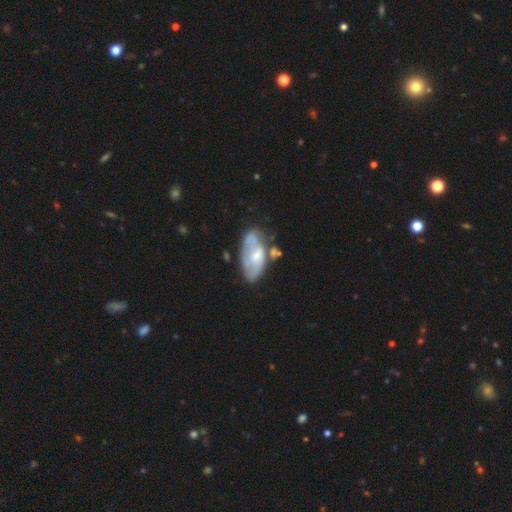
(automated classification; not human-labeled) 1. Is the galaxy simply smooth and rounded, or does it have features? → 57% featured or disk, 37% smooth, 6% star or artifact.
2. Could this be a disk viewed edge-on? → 93% no, 7% yes.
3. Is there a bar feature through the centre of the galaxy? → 66% no, 28% weak, 6% strong.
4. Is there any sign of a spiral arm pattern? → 52% yes, 48% no.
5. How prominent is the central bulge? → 50% moderate, 34% small, 7% large, 7% none, 1% dominant.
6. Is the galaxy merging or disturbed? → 46% none, 26% minor disturbance, 15% merger, 13% major disturbance.